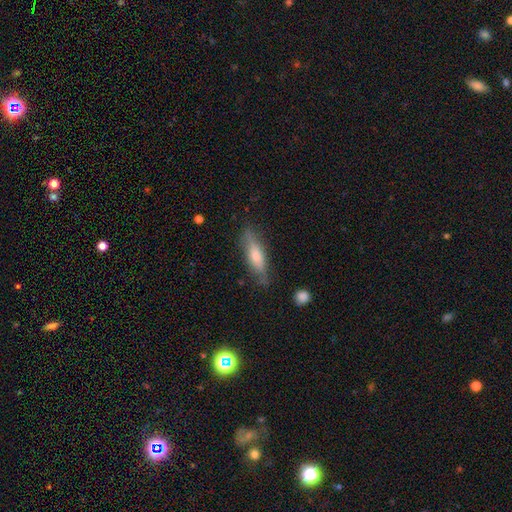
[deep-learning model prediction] A smooth galaxy with no disk features (57%) that is cigar-shaped (68%).

Vote fractions:
- Smooth or featured? smooth: 57% / featured or disk: 36% / star or artifact: 7%
- How rounded? cigar-shaped: 68% / in between: 30% / round: 2%
- Merging? none: 78% / minor disturbance: 17% / major disturbance: 4% / merger: 2%